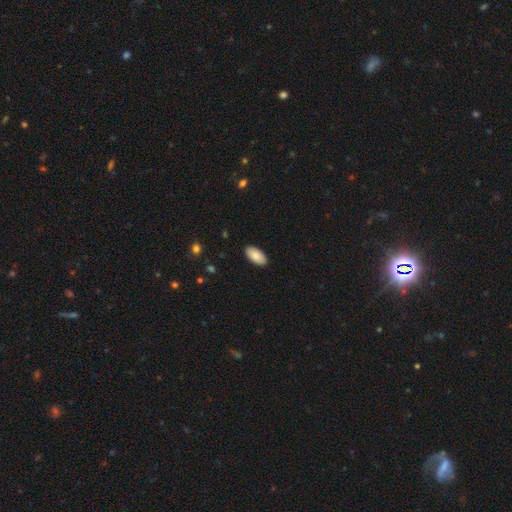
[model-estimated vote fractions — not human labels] Overall: smooth (86%). How rounded: in between (95%). Merging: none (90%).